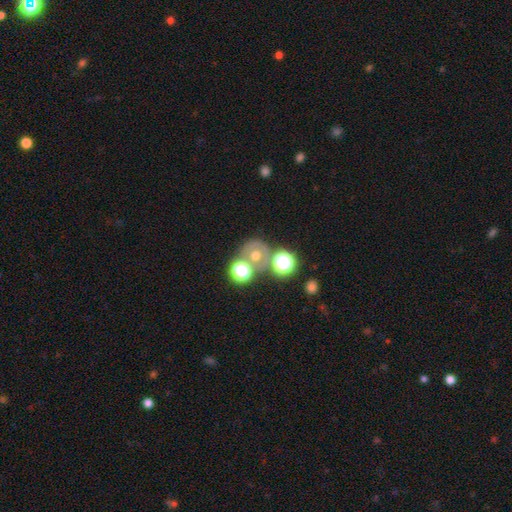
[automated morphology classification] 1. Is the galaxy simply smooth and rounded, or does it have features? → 44% smooth, 29% star or artifact, 26% featured or disk.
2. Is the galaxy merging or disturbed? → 52% none, 30% merger, 11% minor disturbance, 8% major disturbance.